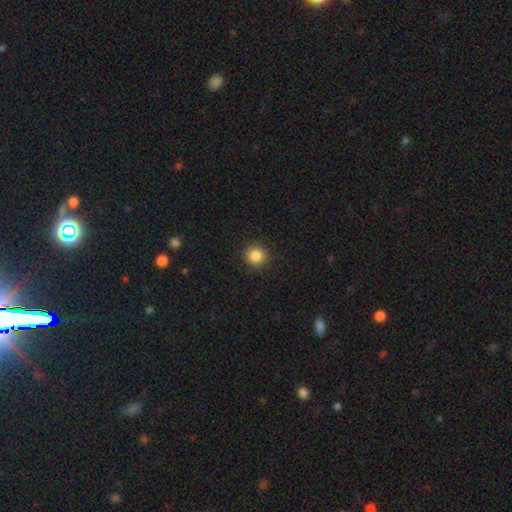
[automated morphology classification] smooth-or-featured: smooth: 86% | star or artifact: 11% | featured or disk: 4%
  how-rounded: round: 93% | in between: 6% | cigar-shaped: 1%
  merging: none: 91% | minor disturbance: 6% | major disturbance: 2% | merger: 1%